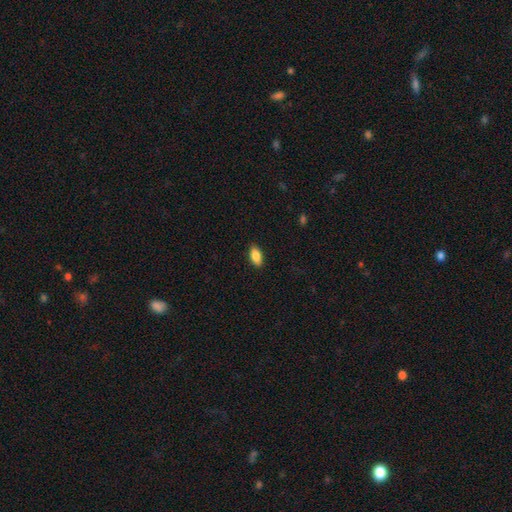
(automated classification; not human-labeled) Q: Smooth or featured?
A: smooth (86%); runner-up: star or artifact (7%)
Q: How rounded?
A: in between (89%); runner-up: cigar-shaped (7%)
Q: Merging?
A: none (88%); runner-up: minor disturbance (9%)